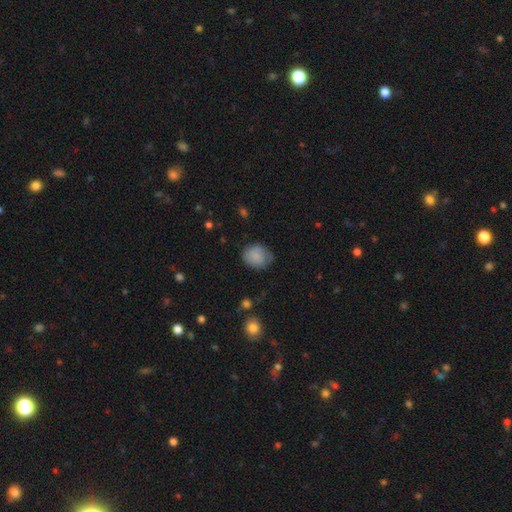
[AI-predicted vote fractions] A smooth galaxy with no disk features (78%) that is round (57%). Merging: none (65%).